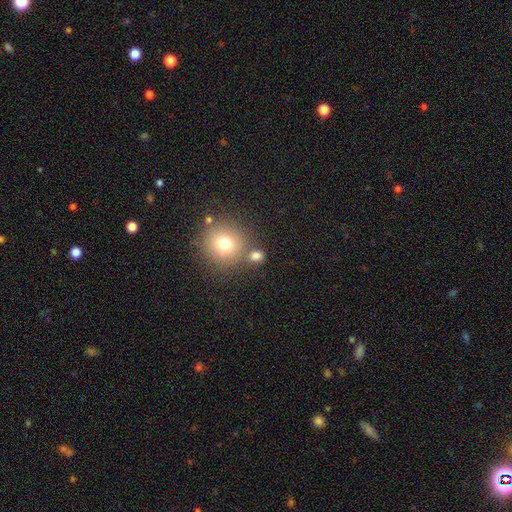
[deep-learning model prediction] Smooth or featured?
  - smooth: 77% *
  - star or artifact: 15%
  - featured or disk: 8%
How rounded?
  - round: 76% *
  - in between: 23%
  - cigar-shaped: 1%
Merging?
  - none: 68% *
  - merger: 17%
  - minor disturbance: 10%
  - major disturbance: 5%